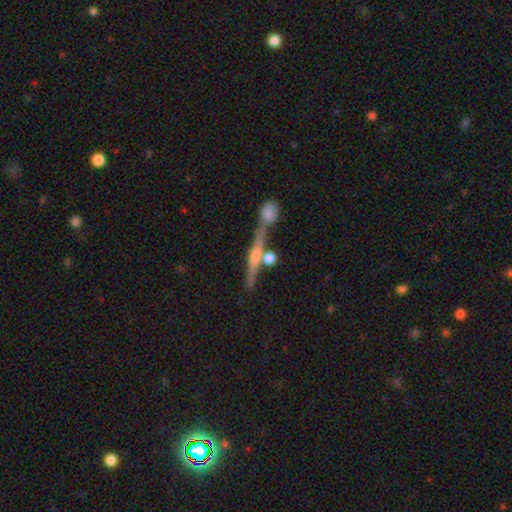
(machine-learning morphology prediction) smooth-or-featured: featured or disk: 71% | smooth: 16% | star or artifact: 12%
  disk-edge-on: yes: 94% | no: 6%
    edge-on-bulge: rounded: 72% | none: 18% | boxy: 9%
  merging: none: 66% | merger: 20% | minor disturbance: 10% | major disturbance: 5%